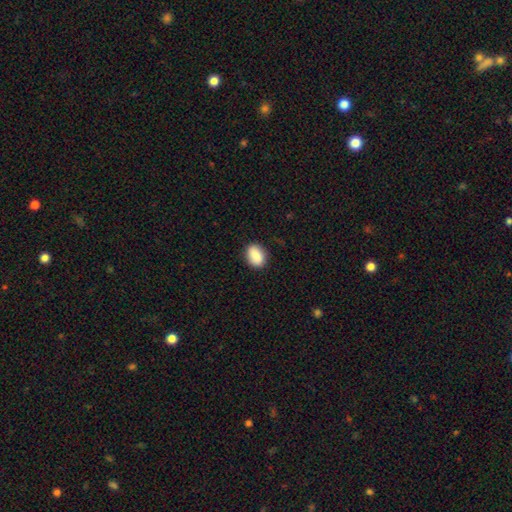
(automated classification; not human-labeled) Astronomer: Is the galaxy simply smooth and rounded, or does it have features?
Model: smooth — 89%.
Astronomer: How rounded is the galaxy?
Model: in between — 78%.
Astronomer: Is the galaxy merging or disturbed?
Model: none — 86%.